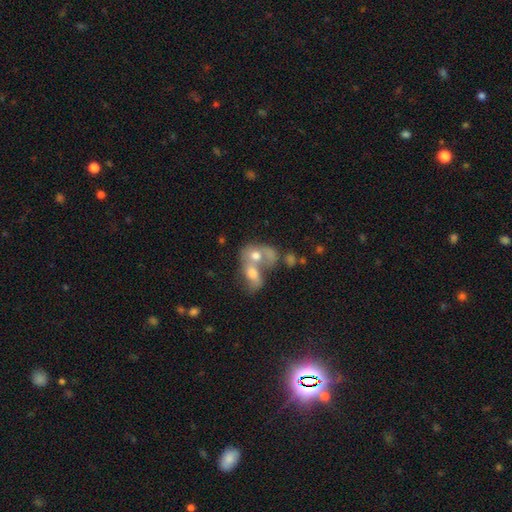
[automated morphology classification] Smooth or featured: smooth — 56% (featured or disk — 34%)
How rounded: in between — 64% (round — 34%)
Merging: merger — 79% (none — 9%)